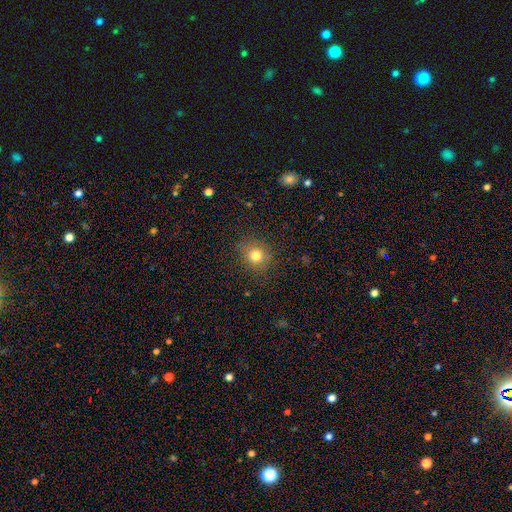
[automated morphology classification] This appears to be a smooth galaxy with no disk features (79%) that is round (80%). Merging: none (84%).